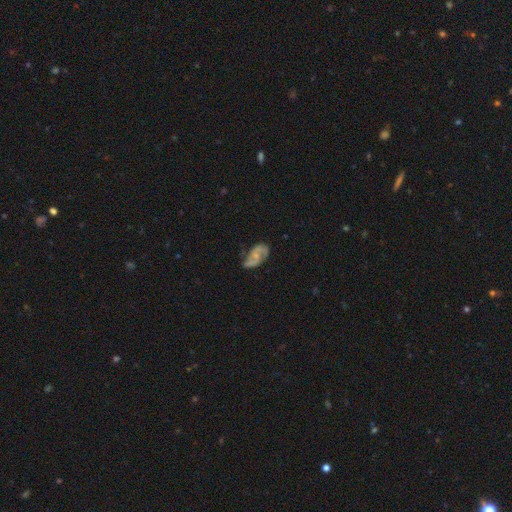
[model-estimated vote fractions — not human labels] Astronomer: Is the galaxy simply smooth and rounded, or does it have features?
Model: featured or disk — 75%.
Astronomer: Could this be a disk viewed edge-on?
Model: no — 97%.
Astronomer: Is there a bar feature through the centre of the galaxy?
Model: no — 56% (runner-up: weak, 36%).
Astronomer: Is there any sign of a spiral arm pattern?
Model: yes — 92%.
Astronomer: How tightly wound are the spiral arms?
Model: medium — 48% (runner-up: loose, 31%).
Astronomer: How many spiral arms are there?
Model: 2 — 85%.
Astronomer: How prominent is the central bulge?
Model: small — 58%.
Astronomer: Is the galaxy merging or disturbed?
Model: none — 57%.